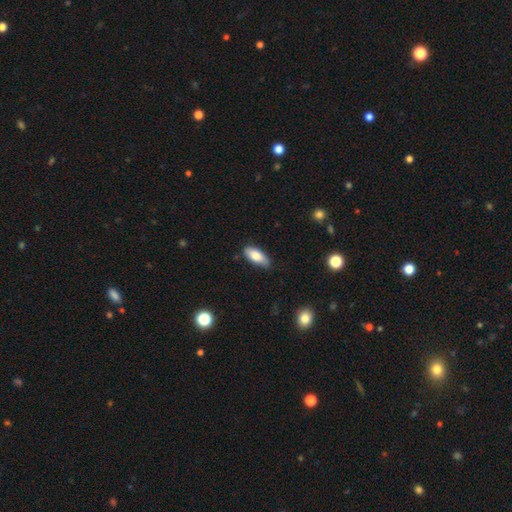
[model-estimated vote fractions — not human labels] smooth_or_featured: smooth (p=0.82) [alt: featured or disk p=0.12]
how_rounded: in between (p=0.86) [alt: cigar-shaped p=0.12]
merging: none (p=0.79) [alt: minor disturbance p=0.17]